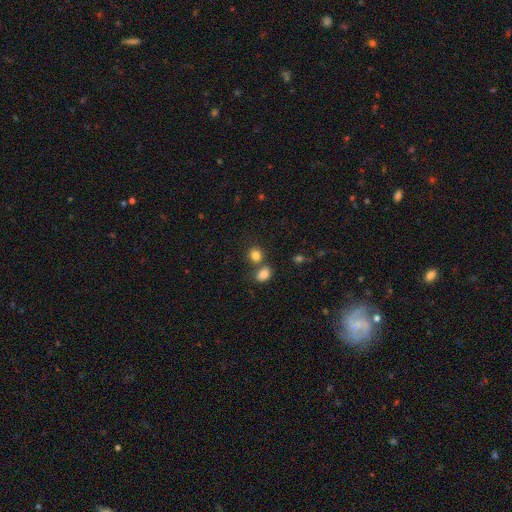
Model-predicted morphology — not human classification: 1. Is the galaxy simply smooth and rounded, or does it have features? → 82% smooth, 12% star or artifact, 7% featured or disk.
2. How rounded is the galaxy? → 72% round, 27% in between, 1% cigar-shaped.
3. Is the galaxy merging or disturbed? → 59% none, 28% merger, 9% minor disturbance, 3% major disturbance.